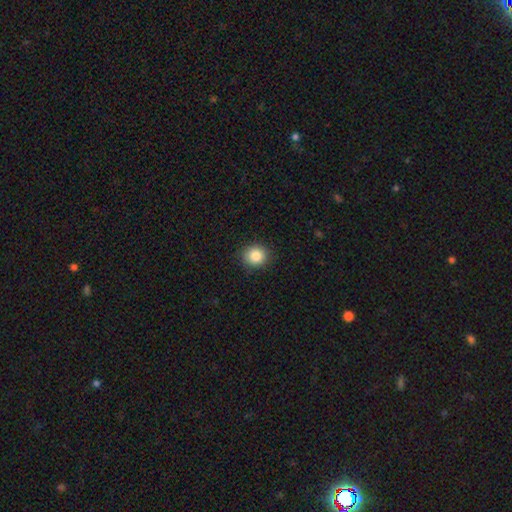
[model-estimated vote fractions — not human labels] A smooth galaxy with no disk features (85%) that is round (81%).

Vote fractions:
- Smooth or featured? smooth: 85% / star or artifact: 10% / featured or disk: 5%
- How rounded? round: 81% / in between: 18% / cigar-shaped: 1%
- Merging? none: 89% / minor disturbance: 8% / major disturbance: 2% / merger: 1%